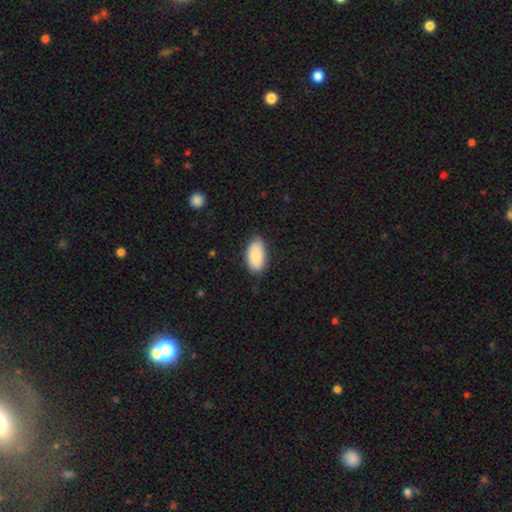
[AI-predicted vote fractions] smooth_or_featured: smooth (p=0.86) [alt: featured or disk p=0.07]
how_rounded: in between (p=0.95) [alt: round p=0.03]
merging: none (p=0.77) [alt: minor disturbance p=0.18]